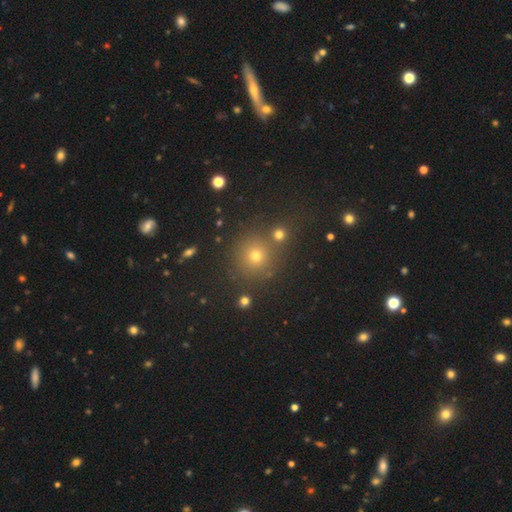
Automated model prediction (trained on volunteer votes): Morphology: type=smooth (64%); roundness=round (92%); merging=none (78%).